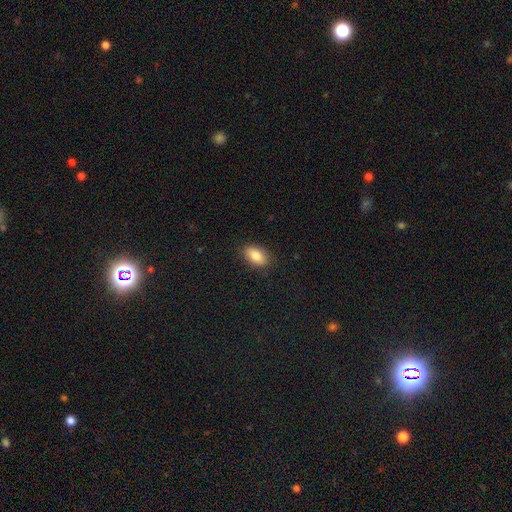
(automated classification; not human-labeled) smooth 84%, featured or disk 8%, star or artifact 8%. Down the decision tree: how rounded — in between (90%); merging — none (87%).